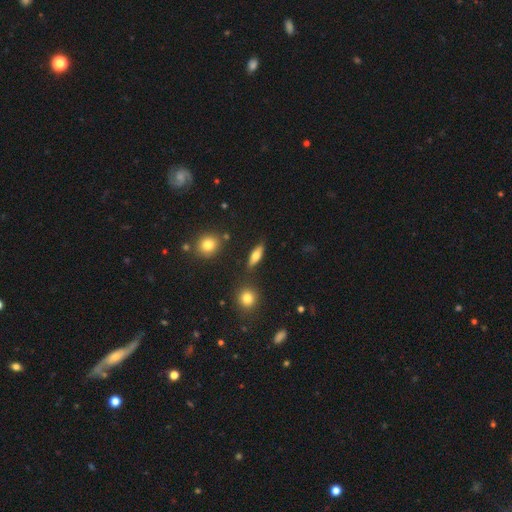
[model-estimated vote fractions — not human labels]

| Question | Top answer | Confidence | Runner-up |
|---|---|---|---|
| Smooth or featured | smooth | 60% | featured or disk (31%) |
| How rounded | in between | 57% | cigar-shaped (37%) |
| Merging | none | 82% | minor disturbance (11%) |